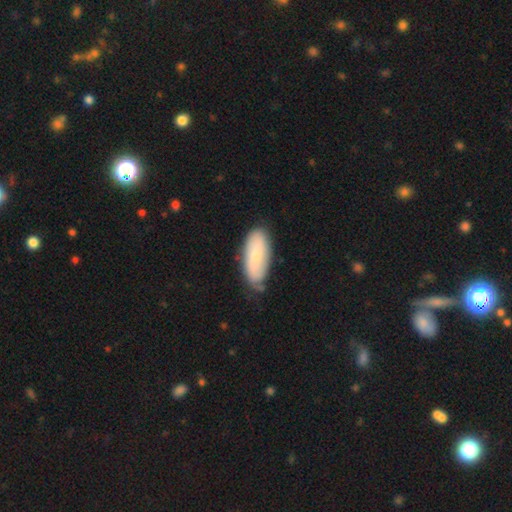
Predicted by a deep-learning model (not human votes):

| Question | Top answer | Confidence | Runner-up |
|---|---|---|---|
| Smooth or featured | smooth | 64% | featured or disk (30%) |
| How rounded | in between | 84% | cigar-shaped (14%) |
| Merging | none | 67% | minor disturbance (26%) |